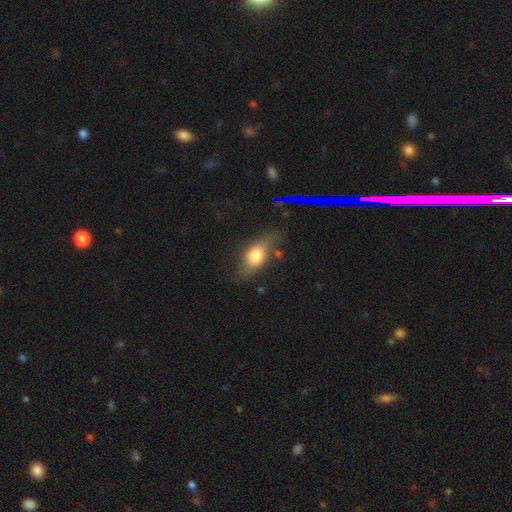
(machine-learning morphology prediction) type=smooth (66%); roundness=in between (76%); merging=none (60%).